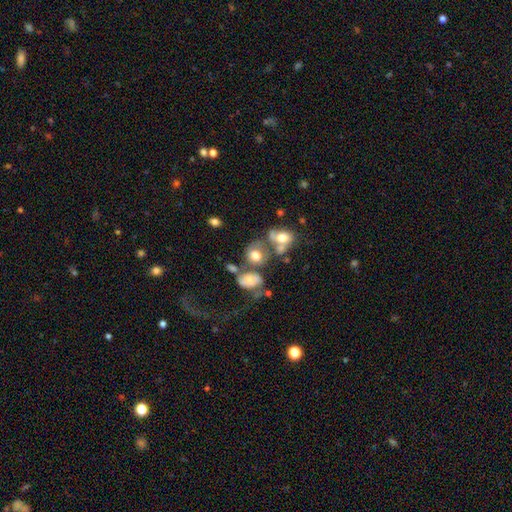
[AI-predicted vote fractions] This appears to be a smooth galaxy with no disk features (63%) that is round (59%). Merging: merger (41%).